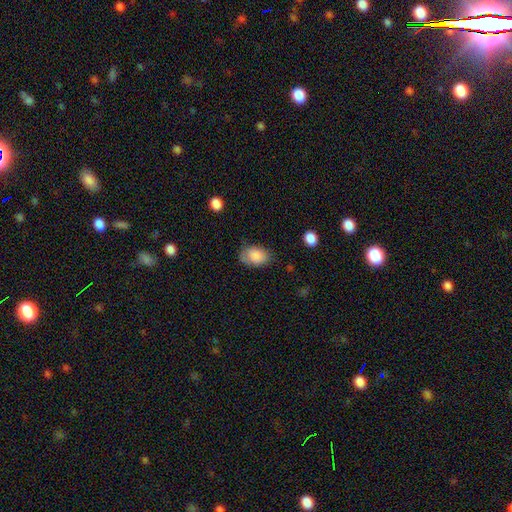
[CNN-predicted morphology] Smooth or featured?
  - smooth: 85% *
  - featured or disk: 7%
  - star or artifact: 7%
How rounded?
  - in between: 83% *
  - round: 16%
  - cigar-shaped: 1%
Merging?
  - none: 67% *
  - minor disturbance: 25%
  - major disturbance: 7%
  - merger: 2%